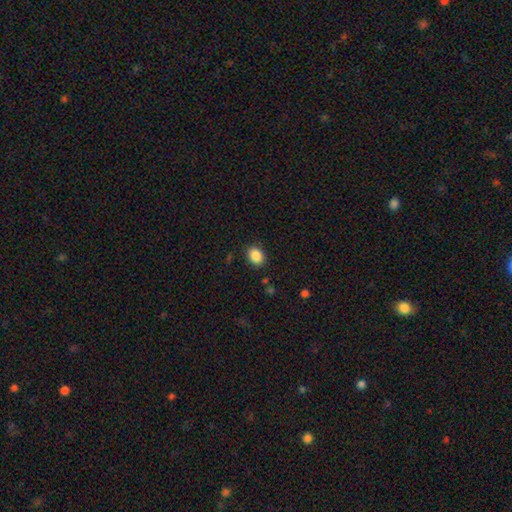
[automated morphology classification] Smooth or featured?
  - smooth: 88% *
  - star or artifact: 9%
  - featured or disk: 4%
How rounded?
  - in between: 65% *
  - round: 34%
  - cigar-shaped: 1%
Merging?
  - none: 87% *
  - minor disturbance: 9%
  - major disturbance: 3%
  - merger: 1%